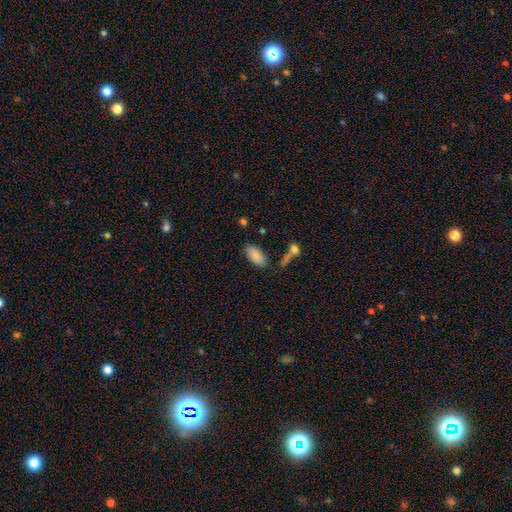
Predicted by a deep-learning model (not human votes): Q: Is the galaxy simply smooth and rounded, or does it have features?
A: smooth — 87%.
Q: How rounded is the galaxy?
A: in between — 93%.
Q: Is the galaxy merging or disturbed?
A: none — 72%.